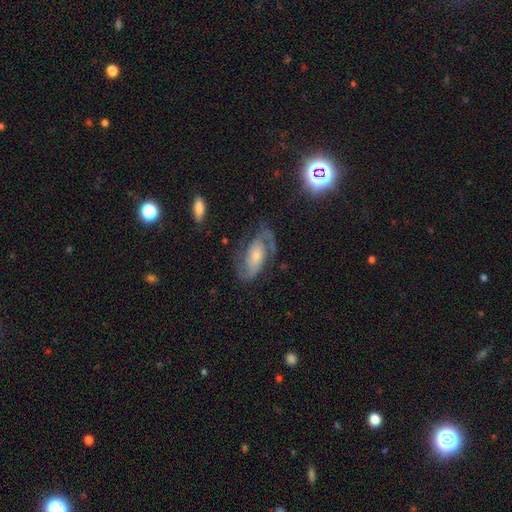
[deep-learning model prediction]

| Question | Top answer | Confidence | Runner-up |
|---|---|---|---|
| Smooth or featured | featured or disk | 83% | smooth (9%) |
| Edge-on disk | no | 96% | yes (4%) |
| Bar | no | 52% | weak (34%) |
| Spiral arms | yes | 96% | no (4%) |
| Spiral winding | medium | 51% | tight (33%) |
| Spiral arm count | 2 | 89% | can't tell (4%) |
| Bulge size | small | 49% | moderate (37%) |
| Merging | none | 74% | minor disturbance (15%) |